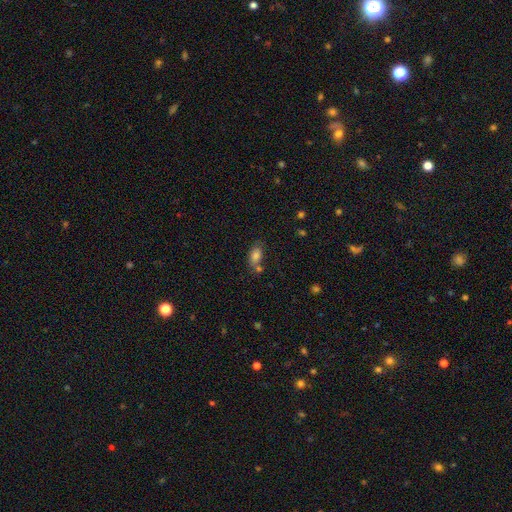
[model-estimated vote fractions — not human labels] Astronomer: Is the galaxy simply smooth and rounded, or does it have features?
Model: smooth — 80%.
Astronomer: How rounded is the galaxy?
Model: in between — 88%.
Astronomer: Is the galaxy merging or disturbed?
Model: none — 53%.